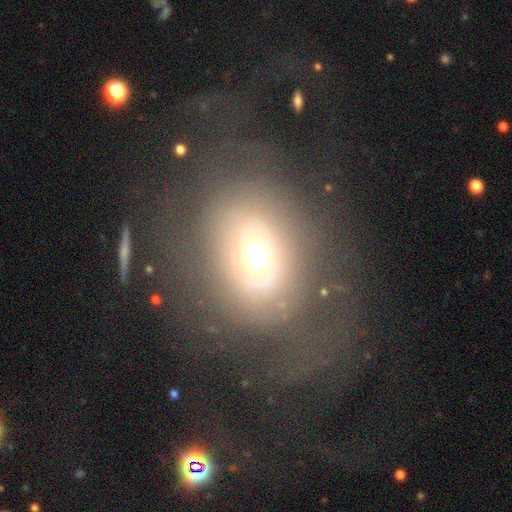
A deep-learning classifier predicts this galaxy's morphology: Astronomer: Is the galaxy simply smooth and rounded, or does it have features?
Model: featured or disk — 50% (runner-up: smooth, 37%).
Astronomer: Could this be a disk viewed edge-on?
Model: no — 93%.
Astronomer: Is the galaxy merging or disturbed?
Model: none — 61%.